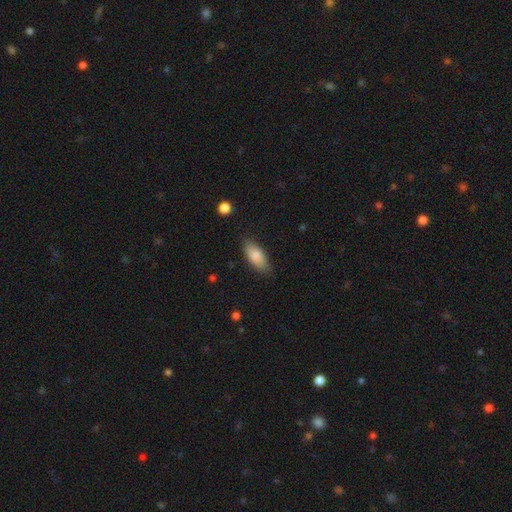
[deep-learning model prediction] The model was most divided on "merging": none: 82%, minor disturbance: 14%, major disturbance: 3%, merger: 1%. More confident: how rounded — in between (84%); smooth or featured — smooth (82%).